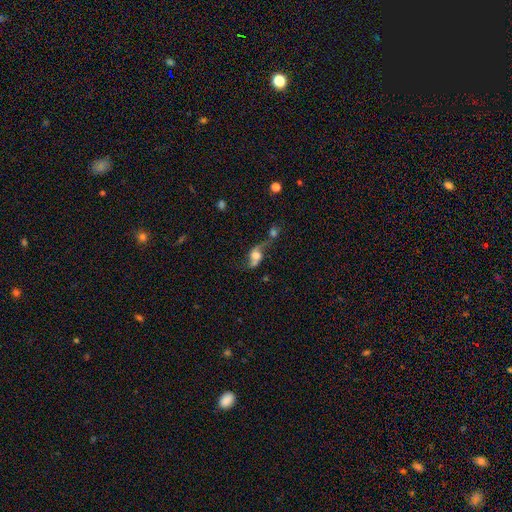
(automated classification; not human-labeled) This appears to be a featured or disk galaxy (50%). Merging: merger (50%).